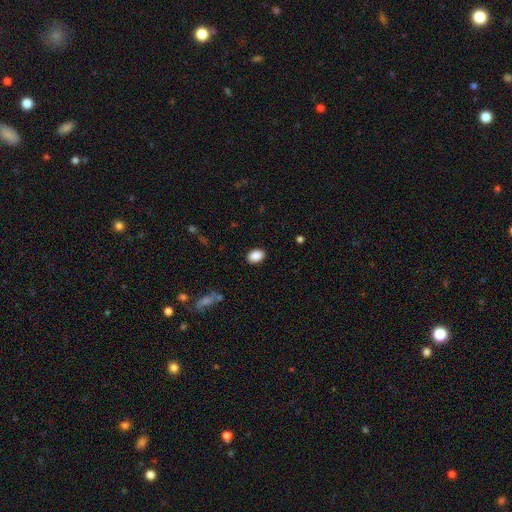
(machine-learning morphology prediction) type=smooth (88%); roundness=in between (72%); merging=none (89%).